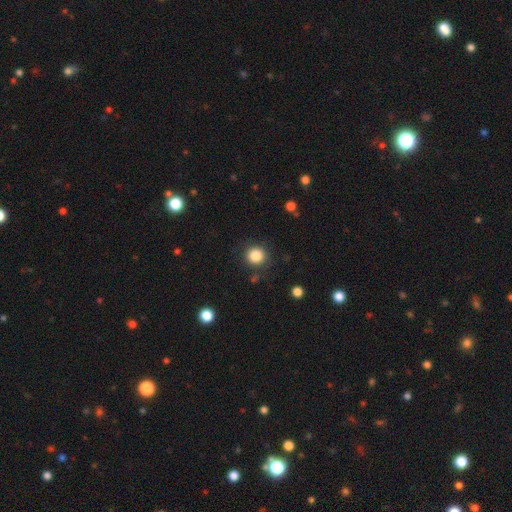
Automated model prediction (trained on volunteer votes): A smooth galaxy with no disk features (86%) that is round (91%). Merging: none (86%).